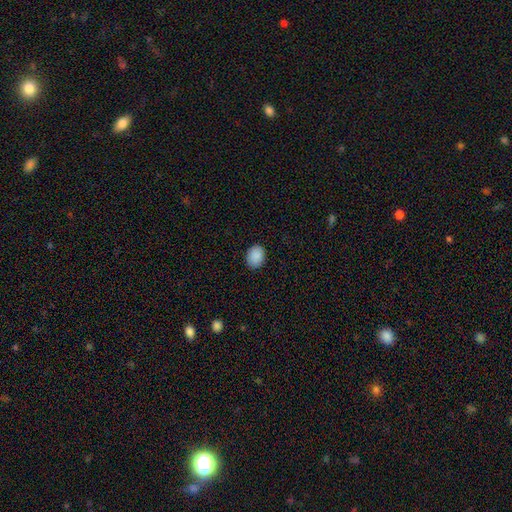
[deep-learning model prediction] Morphology: type=smooth (90%); roundness=in between (57%); merging=none (88%).